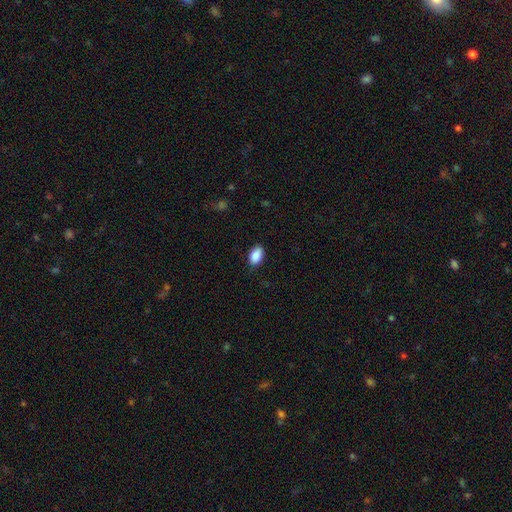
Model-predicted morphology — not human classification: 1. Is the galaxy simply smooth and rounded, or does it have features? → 89% smooth, 7% star or artifact, 4% featured or disk.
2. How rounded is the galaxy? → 92% in between, 7% round, 2% cigar-shaped.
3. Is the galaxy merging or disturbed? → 84% none, 12% minor disturbance, 2% major disturbance, 1% merger.